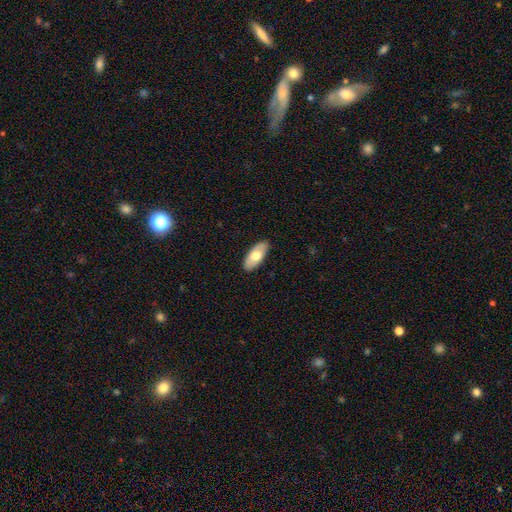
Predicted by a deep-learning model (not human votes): A smooth galaxy with no disk features (67%) that is in between round and cigar-shaped (89%). Merging: none (88%).